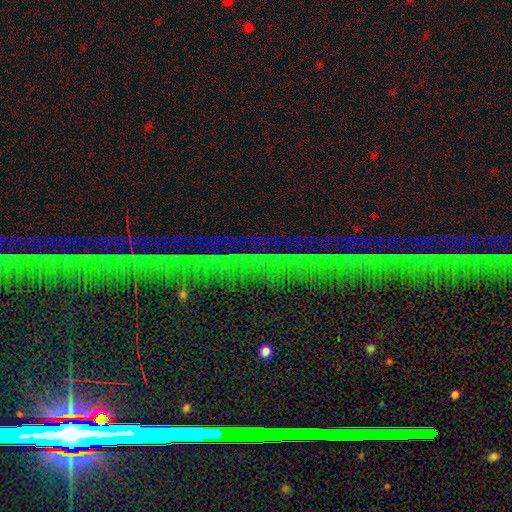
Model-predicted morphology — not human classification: Smooth or featured: star or artifact — 83% (featured or disk — 10%)